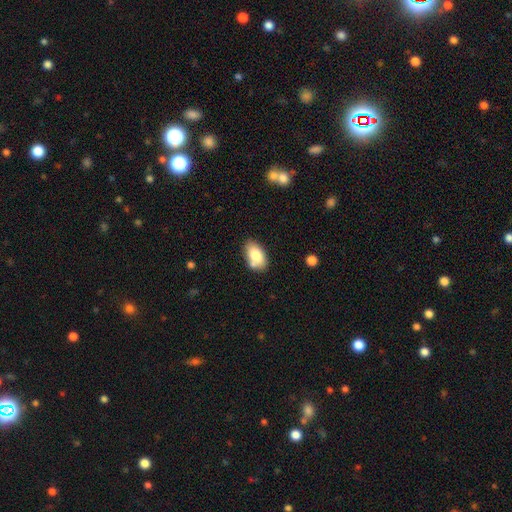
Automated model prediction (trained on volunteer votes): Smooth or featured?
  - smooth: 82% *
  - featured or disk: 11%
  - star or artifact: 7%
How rounded?
  - in between: 93% *
  - round: 5%
  - cigar-shaped: 2%
Merging?
  - none: 67% *
  - minor disturbance: 18%
  - merger: 11%
  - major disturbance: 4%